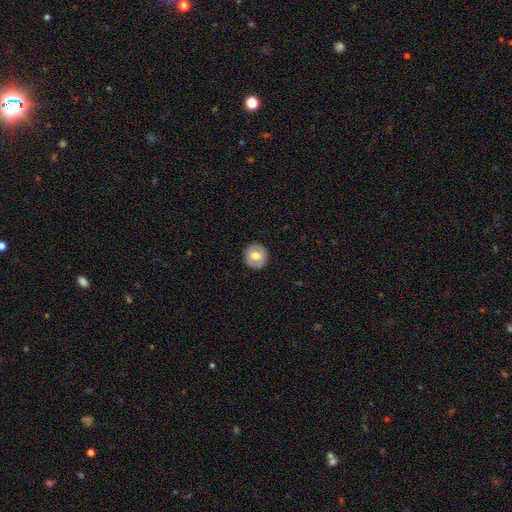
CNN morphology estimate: smooth_or_featured: smooth (p=0.68) [alt: featured or disk p=0.25]
how_rounded: round (p=0.92) [alt: in between p=0.08]
merging: none (p=0.90) [alt: minor disturbance p=0.07]